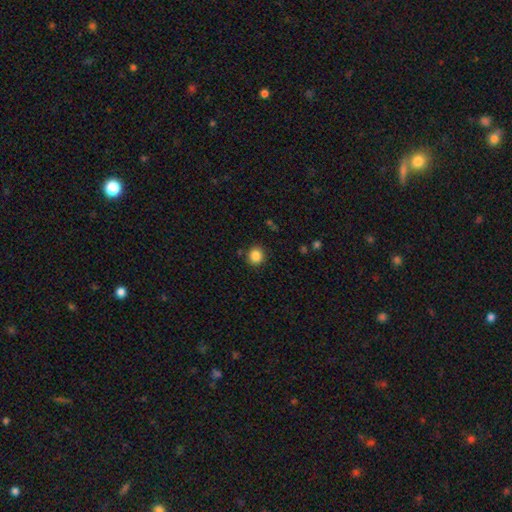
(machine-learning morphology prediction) Overall: smooth (85%). How rounded: round (88%). Merging: none (87%).